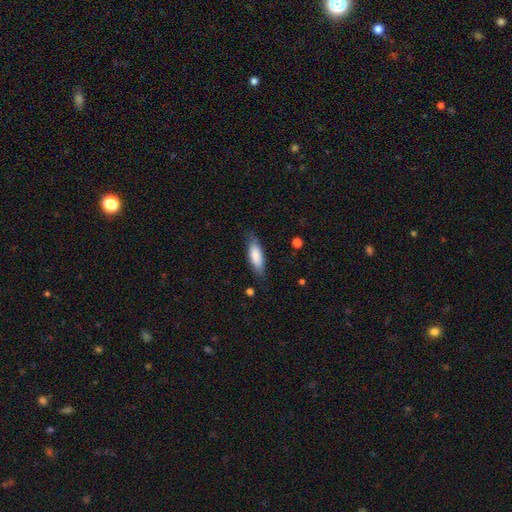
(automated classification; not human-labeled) This appears to be a smooth galaxy with no disk features (80%) that is in between round and cigar-shaped (64%). Merging: none (74%).